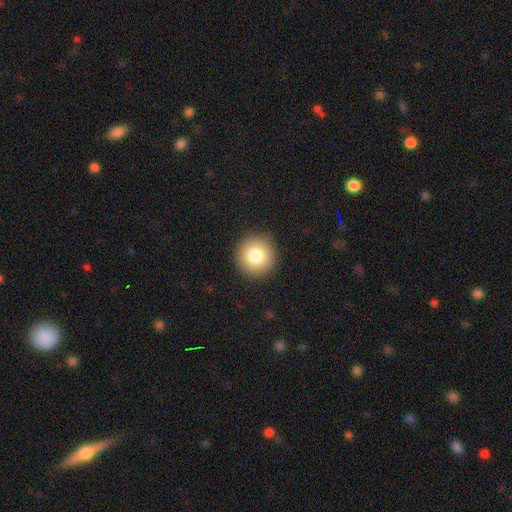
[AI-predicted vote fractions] Smooth or featured: smooth — 81% (star or artifact — 10%)
How rounded: round — 95% (in between — 4%)
Merging: none — 91% (minor disturbance — 6%)